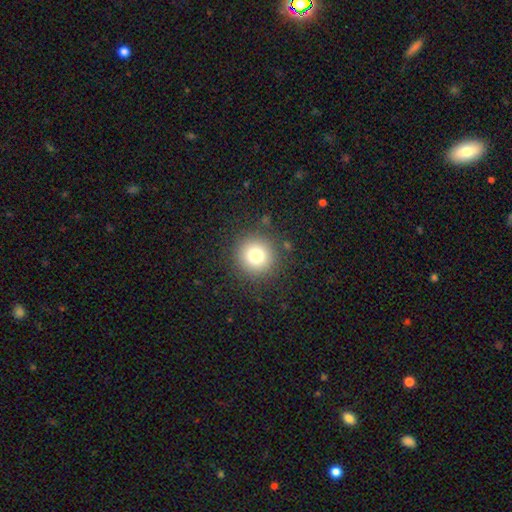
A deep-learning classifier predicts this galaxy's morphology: smooth 77%, star or artifact 13%, featured or disk 9%. Down the decision tree: how rounded — round (94%); merging — none (89%).